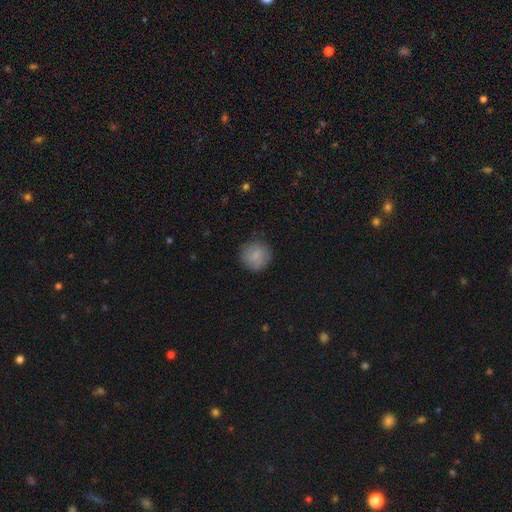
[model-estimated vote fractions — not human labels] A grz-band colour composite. It shows a smooth galaxy with no disk features (77%) that is round (92%). Merging: none (85%).